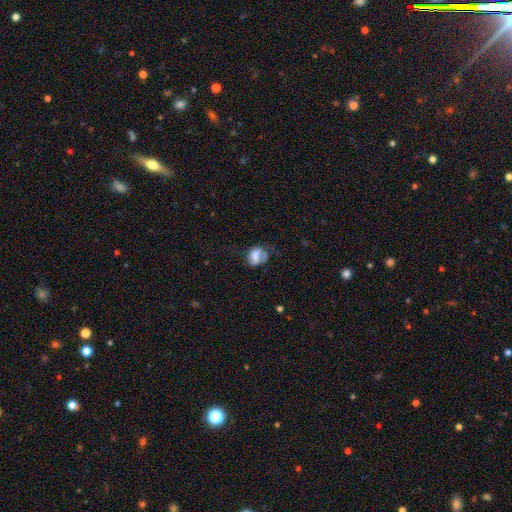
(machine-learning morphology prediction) Q: Smooth or featured?
A: smooth (62%); runner-up: featured or disk (26%)
Q: How rounded?
A: in between (73%); runner-up: round (26%)
Q: Merging?
A: major disturbance (36%); runner-up: minor disturbance (27%)